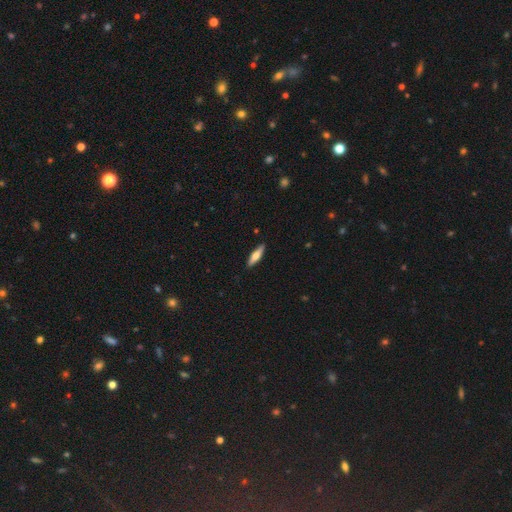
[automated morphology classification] Smooth or featured: smooth — 58% (featured or disk — 36%)
How rounded: cigar-shaped — 68% (in between — 30%)
Merging: none — 90% (minor disturbance — 8%)